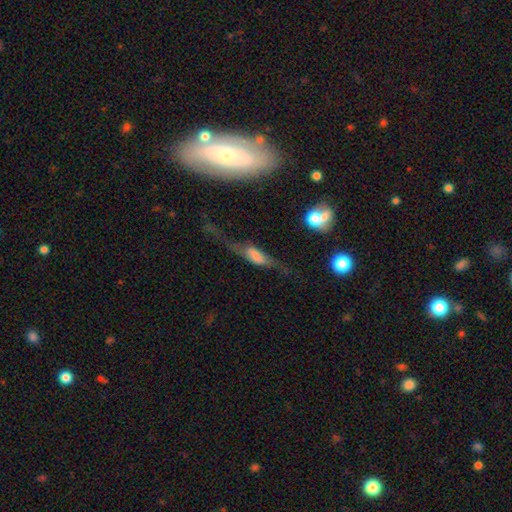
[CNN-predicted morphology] A featured or disk galaxy (57%) viewed edge-on (58%).

Vote fractions:
- Smooth or featured? featured or disk: 57% / smooth: 35% / star or artifact: 8%
- Edge-on disk? yes: 58% / no: 42%
- Merging? none: 39% / major disturbance: 33% / minor disturbance: 22% / merger: 5%